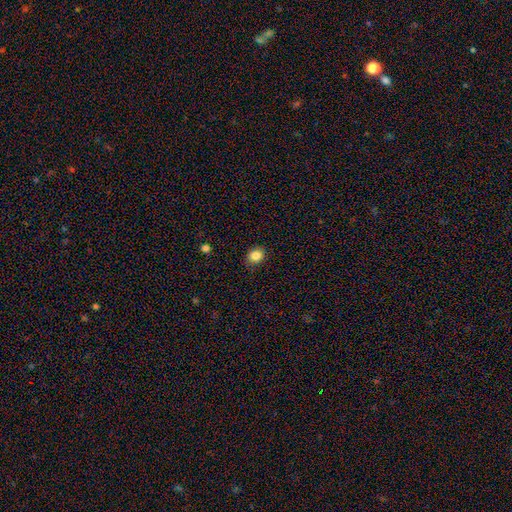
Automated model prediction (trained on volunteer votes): This is clearly a smooth galaxy (85%). How rounded: likely round (66%). Merging: clearly none (86%).